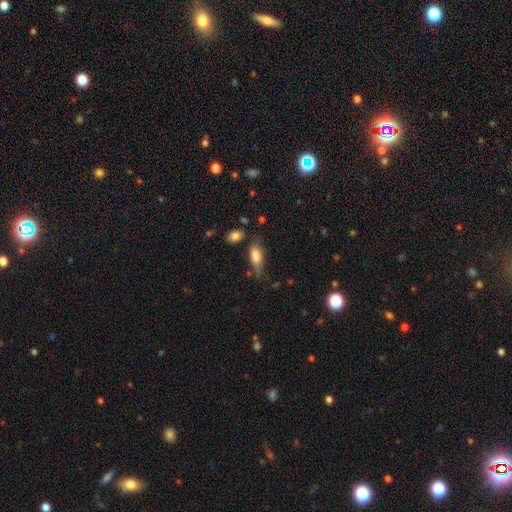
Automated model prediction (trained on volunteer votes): smooth 79%, featured or disk 14%, star or artifact 7%. Down the decision tree: how rounded — in between (78%); merging — none (51%).